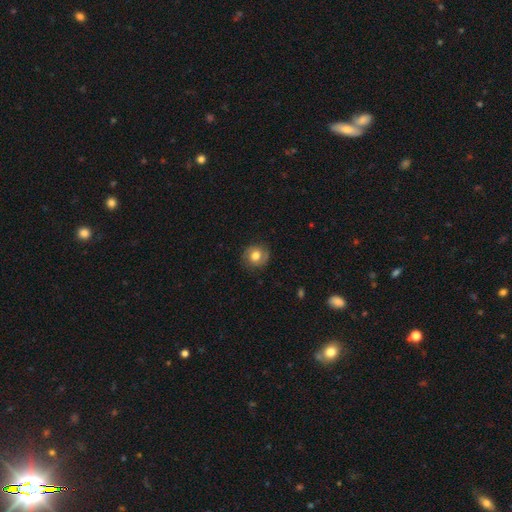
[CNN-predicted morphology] Q: Smooth or featured?
A: smooth (63%); runner-up: featured or disk (28%)
Q: How rounded?
A: round (83%); runner-up: in between (16%)
Q: Merging?
A: none (81%); runner-up: minor disturbance (13%)